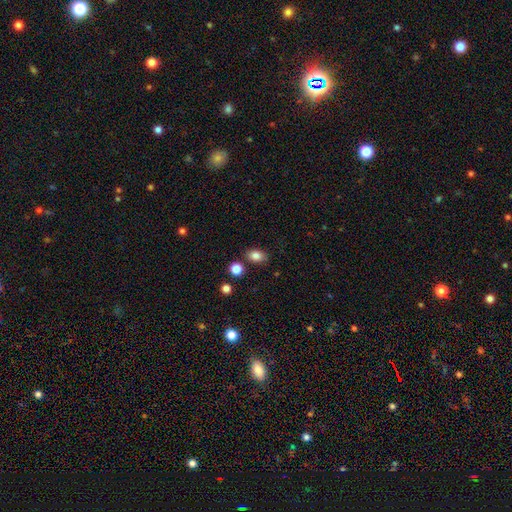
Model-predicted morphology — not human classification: Q: Smooth or featured?
A: smooth (83%); runner-up: star or artifact (10%)
Q: How rounded?
A: in between (79%); runner-up: round (19%)
Q: Merging?
A: none (81%); runner-up: minor disturbance (11%)